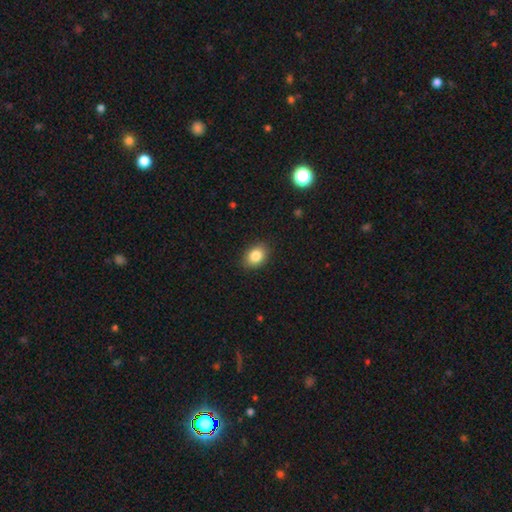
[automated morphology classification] Overall: smooth (86%). How rounded: in between (66%; round 33%). Merging: none (86%).